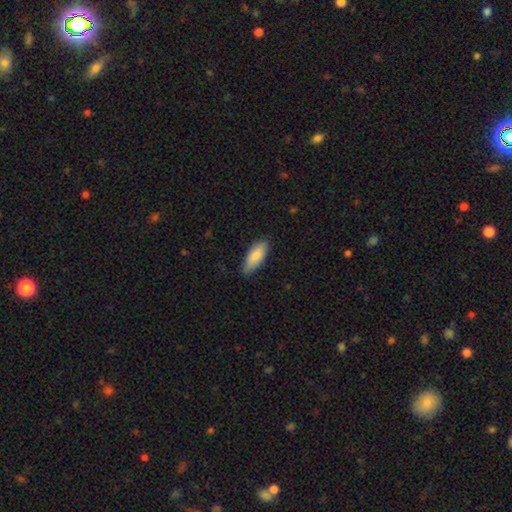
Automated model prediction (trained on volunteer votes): smooth-or-featured: smooth: 81% | featured or disk: 13% | star or artifact: 6%
  how-rounded: in between: 78% | cigar-shaped: 20% | round: 2%
  merging: none: 74% | minor disturbance: 22% | major disturbance: 3% | merger: 1%